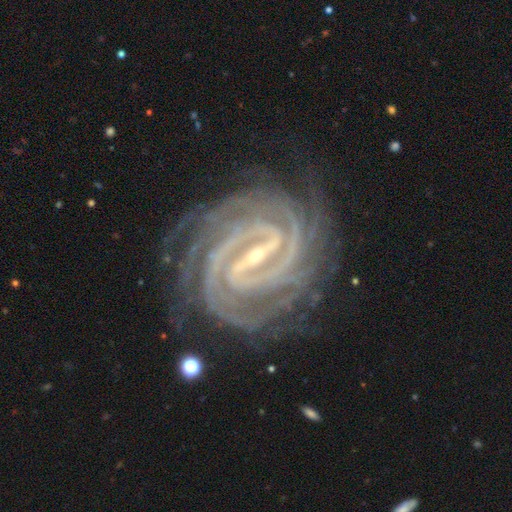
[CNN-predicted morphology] Smooth or featured?
  - featured or disk: 93% *
  - star or artifact: 4%
  - smooth: 2%
Edge-on disk?
  - no: 97% *
  - yes: 3%
Bar?
  - strong: 77% *
  - weak: 18%
  - no: 6%
Spiral arms?
  - yes: 99% *
  - no: 1%
Spiral winding?
  - tight: 85% *
  - medium: 13%
  - loose: 2%
Spiral arm count?
  - 4: 26% *
  - 2: 22%
  - 3: 19%
  - more than 4: 13%
  - can't tell: 11%
  - 1: 8%
Bulge size?
  - small: 77% *
  - moderate: 18%
  - none: 2%
  - large: 1%
  - dominant: 1%
Merging?
  - none: 82% *
  - minor disturbance: 12%
  - major disturbance: 4%
  - merger: 2%